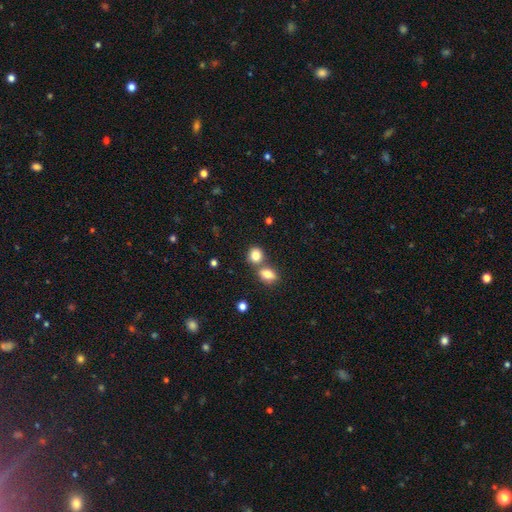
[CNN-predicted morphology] smooth-or-featured: smooth: 82% | star or artifact: 10% | featured or disk: 8%
  how-rounded: round: 68% | in between: 31% | cigar-shaped: 1%
  merging: none: 51% | merger: 37% | minor disturbance: 9% | major disturbance: 3%